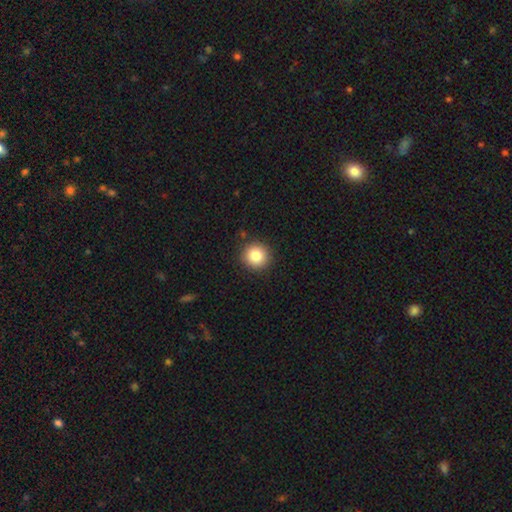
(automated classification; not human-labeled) Smooth or featured? Predicted: smooth (p=0.84). How rounded? Predicted: round (p=0.93). Merging? Predicted: none (p=0.90).